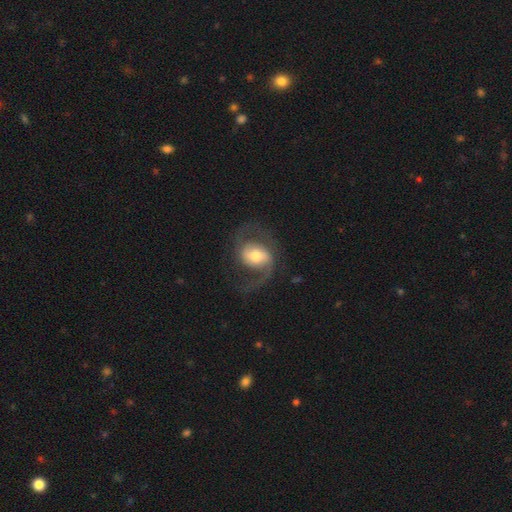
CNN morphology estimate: type=featured or disk (80%); edge-on=no (97%); bar=weak (42%); spiral arms=yes (92%); winding=medium (48%); arm count=2 (87%); bulge=moderate (62%); merging=none (67%).